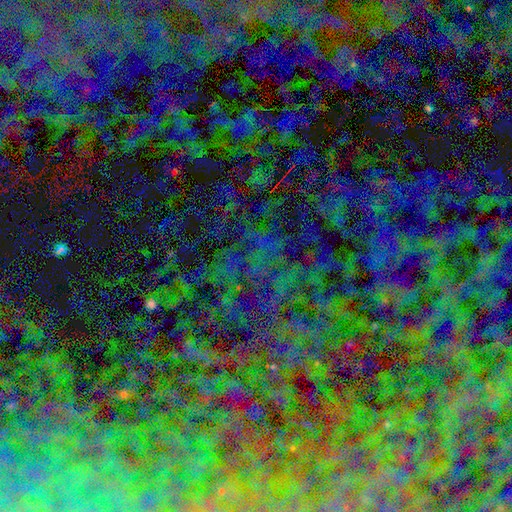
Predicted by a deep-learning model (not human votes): A star or artifact, not a galaxy (82%).